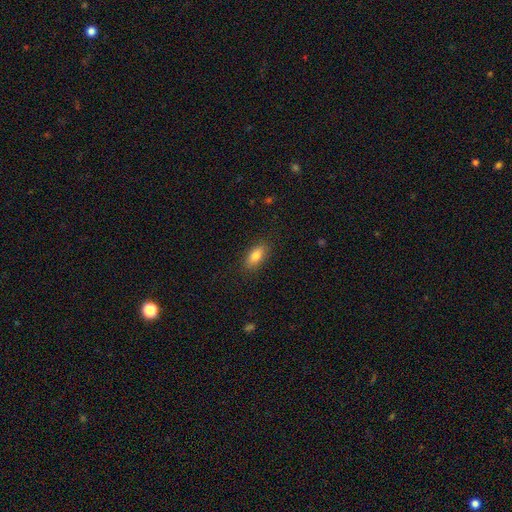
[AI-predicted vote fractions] This is clearly a smooth galaxy (81%). How rounded: clearly in between (85%). Merging: clearly none (86%).